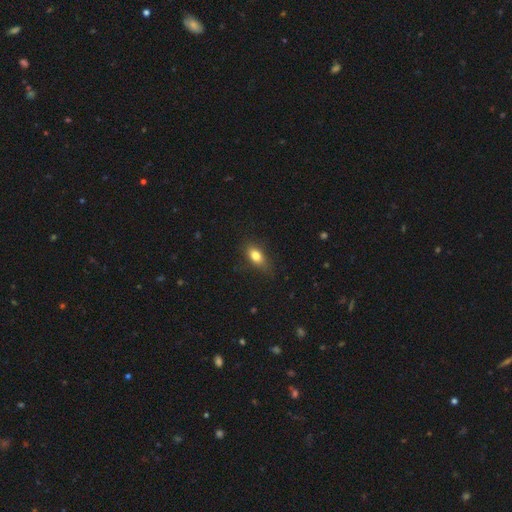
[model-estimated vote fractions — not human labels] Morphology: type=smooth (80%); roundness=in between (81%); merging=none (76%).